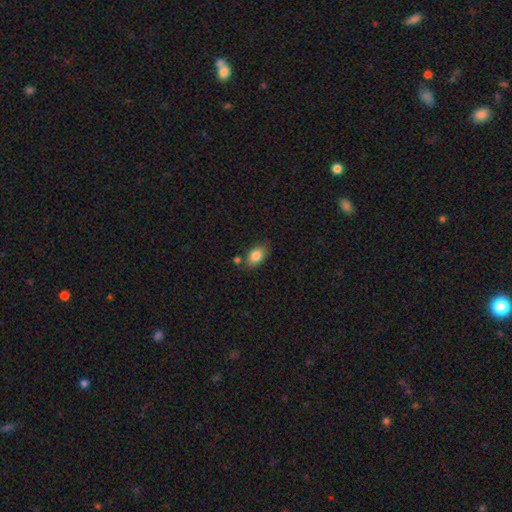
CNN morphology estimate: smooth 84%, featured or disk 8%, star or artifact 8%. Down the decision tree: how rounded — in between (89%); merging — none (74%).